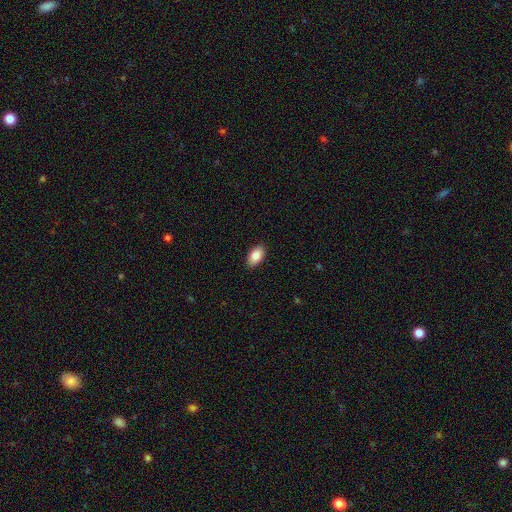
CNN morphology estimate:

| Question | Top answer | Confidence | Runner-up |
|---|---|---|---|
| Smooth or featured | smooth | 85% | featured or disk (8%) |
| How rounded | in between | 94% | round (5%) |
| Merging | none | 90% | minor disturbance (8%) |